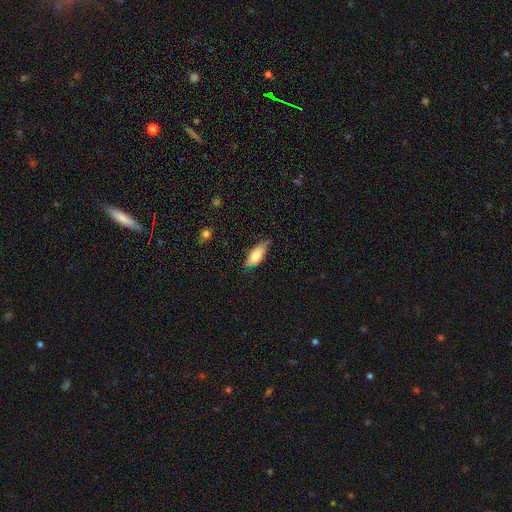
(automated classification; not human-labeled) A smooth galaxy with no disk features (76%) that is in between round and cigar-shaped (77%). Merging: none (66%).